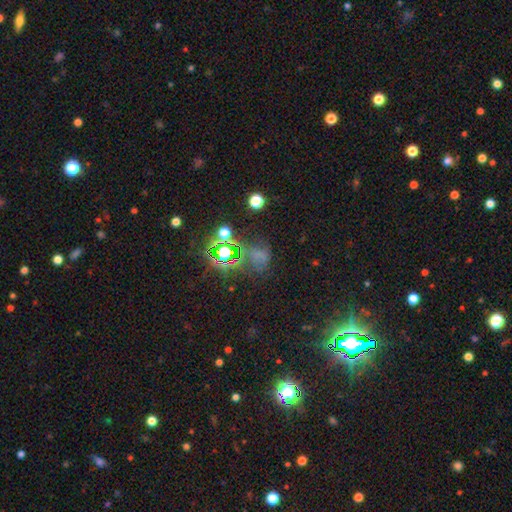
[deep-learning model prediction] Smooth or featured? star or artifact (60%)